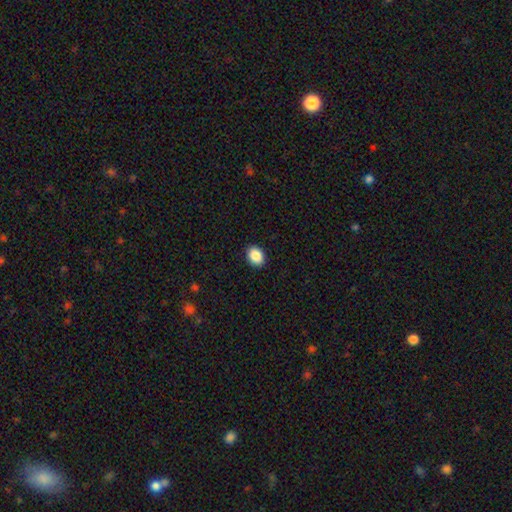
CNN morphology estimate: smooth-or-featured: smooth: 89% | star or artifact: 8% | featured or disk: 4%
  how-rounded: in between: 67% | round: 32% | cigar-shaped: 1%
  merging: none: 91% | minor disturbance: 6% | major disturbance: 2% | merger: 1%